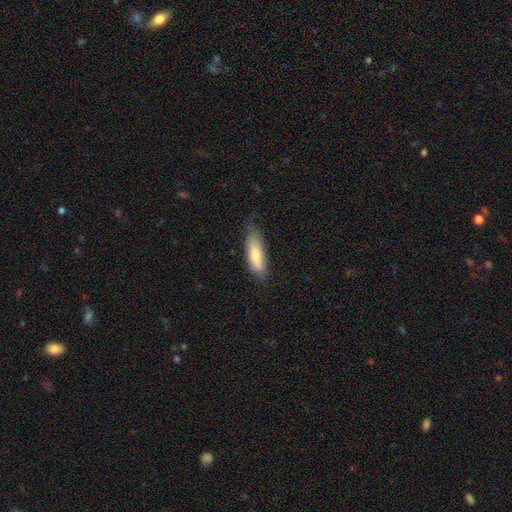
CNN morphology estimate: Smooth or featured?
  - smooth: 74% *
  - featured or disk: 20%
  - star or artifact: 6%
How rounded?
  - in between: 55% *
  - cigar-shaped: 43%
  - round: 2%
Merging?
  - none: 67% *
  - minor disturbance: 25%
  - major disturbance: 6%
  - merger: 1%